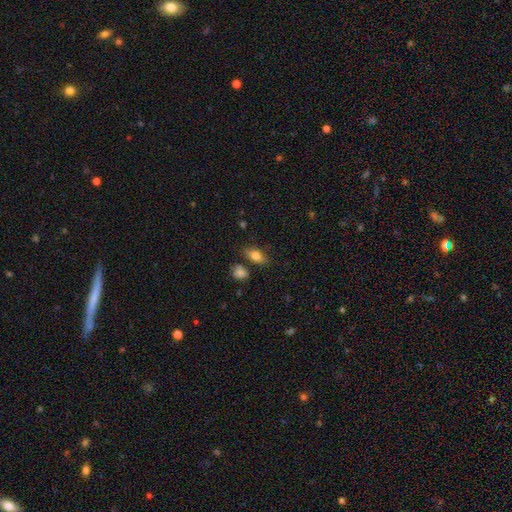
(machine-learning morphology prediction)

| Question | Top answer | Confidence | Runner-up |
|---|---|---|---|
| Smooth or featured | smooth | 77% | featured or disk (15%) |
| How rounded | in between | 84% | cigar-shaped (9%) |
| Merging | none | 75% | minor disturbance (15%) |